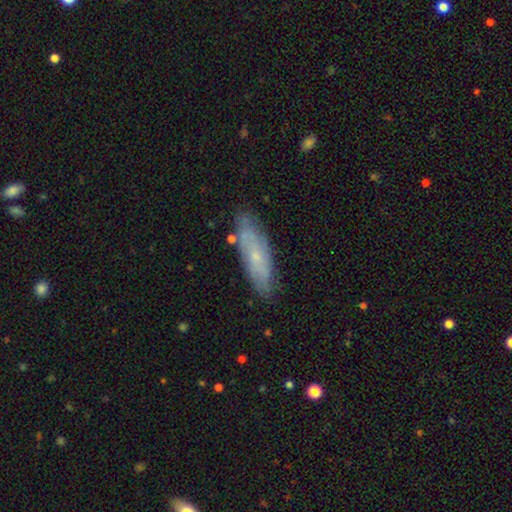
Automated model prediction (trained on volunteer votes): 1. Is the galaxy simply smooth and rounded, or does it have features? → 48% featured or disk, 45% smooth, 7% star or artifact.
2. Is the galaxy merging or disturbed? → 79% none, 16% minor disturbance, 3% major disturbance, 2% merger.